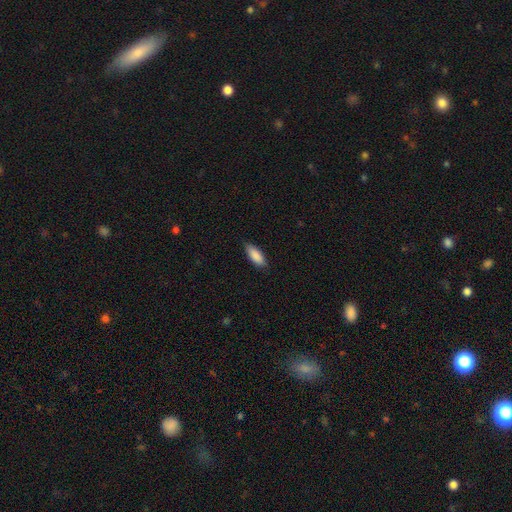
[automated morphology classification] smooth 89%, featured or disk 6%, star or artifact 5%. Down the decision tree: how rounded — in between (75%); merging — none (85%).